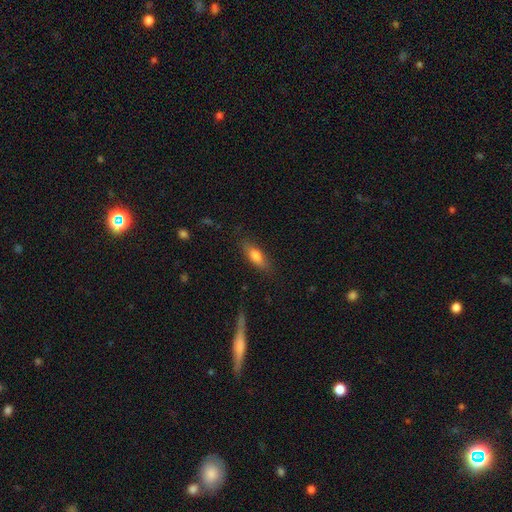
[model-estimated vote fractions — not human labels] smooth_or_featured: smooth (p=0.73) [alt: featured or disk p=0.20]
how_rounded: in between (p=0.58) [alt: cigar-shaped p=0.39]
merging: none (p=0.82) [alt: minor disturbance p=0.13]